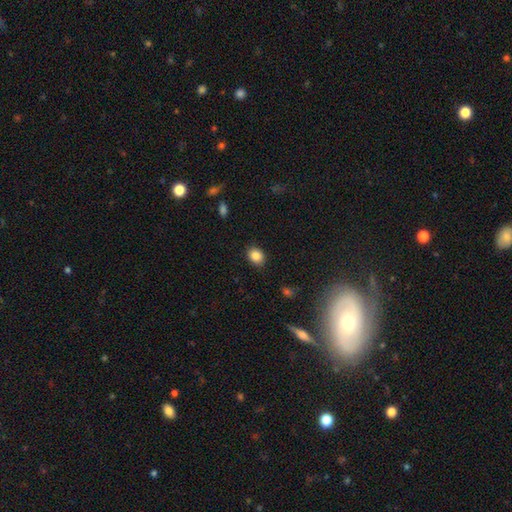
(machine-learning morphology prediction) Overall: smooth (86%). How rounded: round (56%; in between 43%). Merging: none (87%).